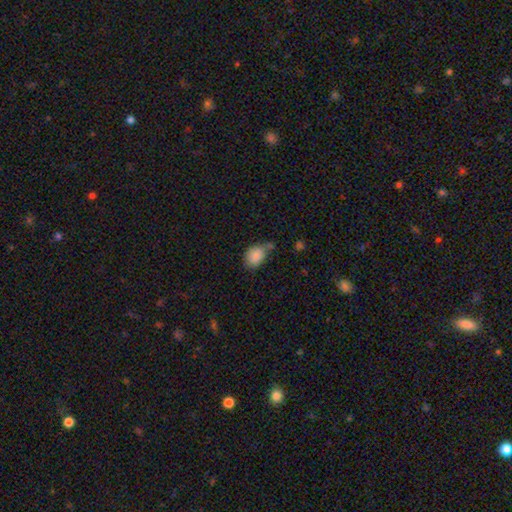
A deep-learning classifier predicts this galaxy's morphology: Smooth or featured? Predicted: smooth (p=0.86). How rounded? Predicted: in between (p=0.74). Merging? Predicted: none (p=0.55).